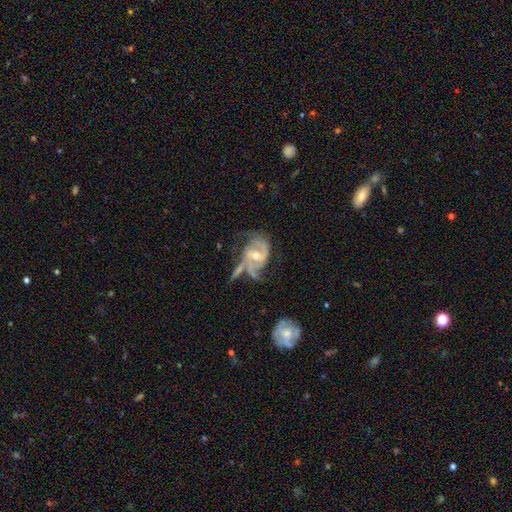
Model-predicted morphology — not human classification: type=featured or disk (86%); edge-on=no (97%); bar=weak (43%); spiral arms=yes (94%); winding=medium (48%); arm count=2 (71%); bulge=moderate (62%); merging=none (37%).